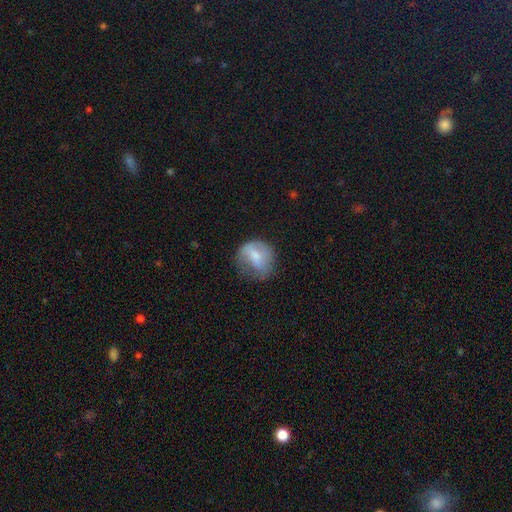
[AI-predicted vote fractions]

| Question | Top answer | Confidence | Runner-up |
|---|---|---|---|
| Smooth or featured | smooth | 64% | featured or disk (28%) |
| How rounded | round | 62% | in between (36%) |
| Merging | none | 46% | minor disturbance (30%) |